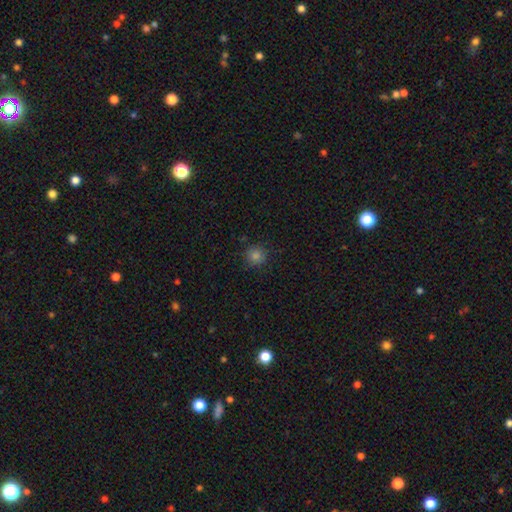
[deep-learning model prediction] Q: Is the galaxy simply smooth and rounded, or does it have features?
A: smooth — 79%.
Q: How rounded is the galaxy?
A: round — 94%.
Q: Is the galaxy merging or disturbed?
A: none — 88%.